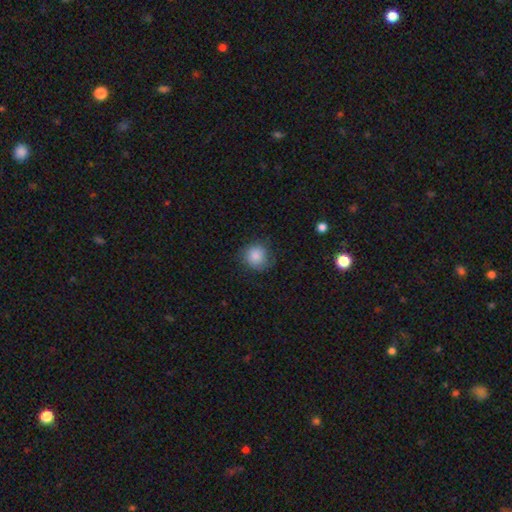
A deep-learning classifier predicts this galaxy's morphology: Smooth or featured? Predicted: smooth (p=0.84). How rounded? Predicted: round (p=0.88). Merging? Predicted: none (p=0.73).